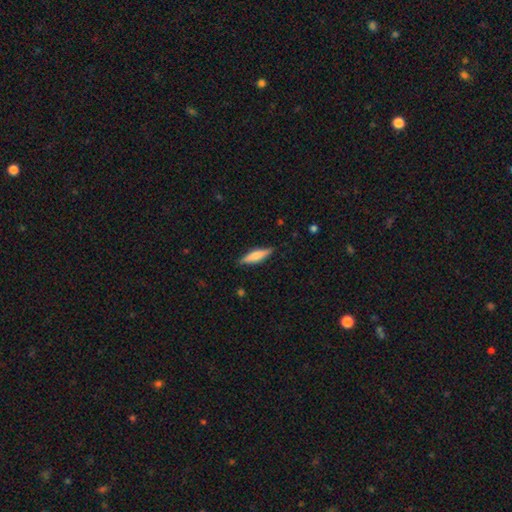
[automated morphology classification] Q: Smooth or featured?
A: smooth (60%); runner-up: featured or disk (34%)
Q: How rounded?
A: cigar-shaped (70%); runner-up: in between (28%)
Q: Merging?
A: none (86%); runner-up: minor disturbance (11%)